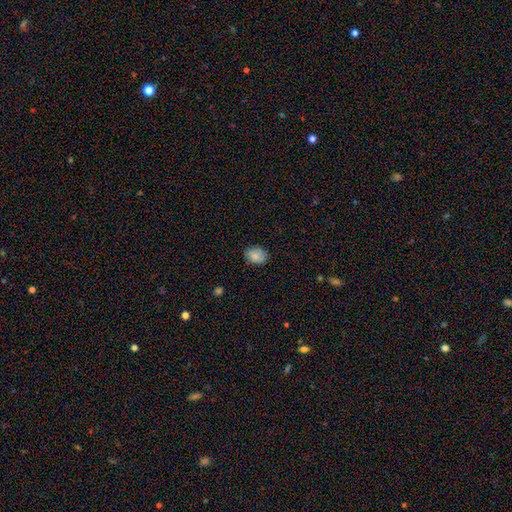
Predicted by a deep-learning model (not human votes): Smooth or featured? Predicted: smooth (p=0.82). How rounded? Predicted: in between (p=0.64). Merging? Predicted: none (p=0.79).